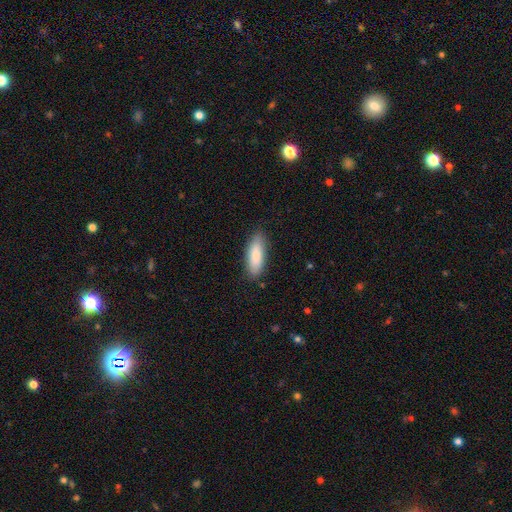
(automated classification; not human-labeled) Smooth or featured: smooth — 86% (featured or disk — 9%)
How rounded: in between — 65% (cigar-shaped — 34%)
Merging: none — 86% (minor disturbance — 11%)